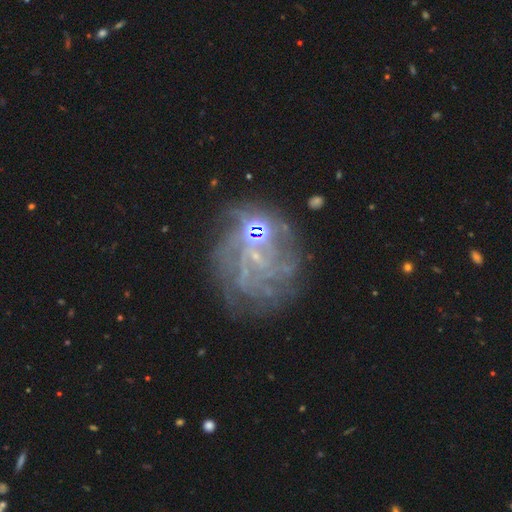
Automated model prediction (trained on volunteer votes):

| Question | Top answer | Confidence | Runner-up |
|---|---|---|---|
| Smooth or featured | featured or disk | 72% | star or artifact (17%) |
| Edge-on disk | no | 98% | yes (2%) |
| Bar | no | 60% | weak (31%) |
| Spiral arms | yes | 72% | no (28%) |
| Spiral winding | tight | 49% | medium (33%) |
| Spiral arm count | can't tell | 49% | 3 (13%) |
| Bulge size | small | 56% | none (32%) |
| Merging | none | 53% | major disturbance (22%) |